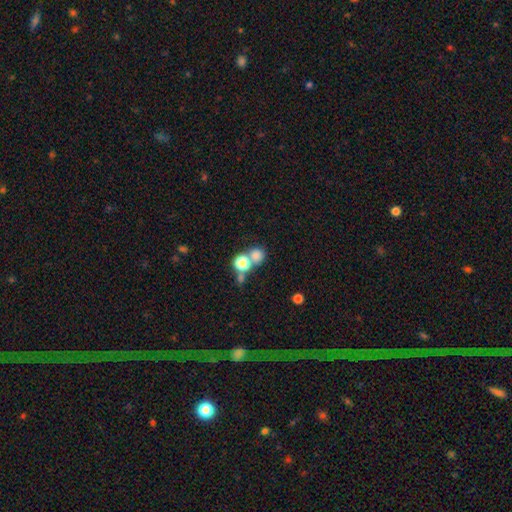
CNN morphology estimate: type=smooth (75%); roundness=round (81%); merging=merger (45%).